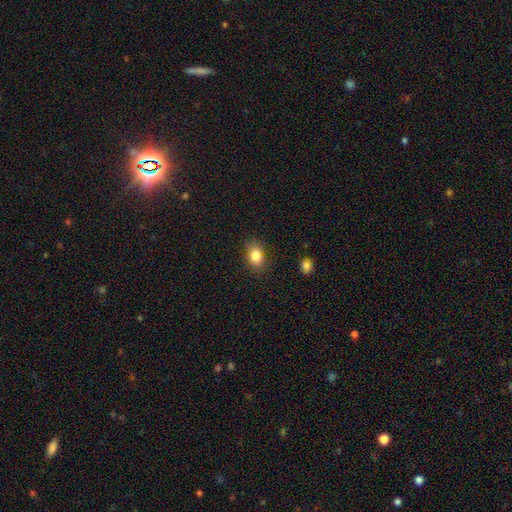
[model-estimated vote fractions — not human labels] smooth_or_featured: smooth (p=0.84) [alt: star or artifact p=0.10]
how_rounded: in between (p=0.70) [alt: round p=0.28]
merging: none (p=0.82) [alt: minor disturbance p=0.13]